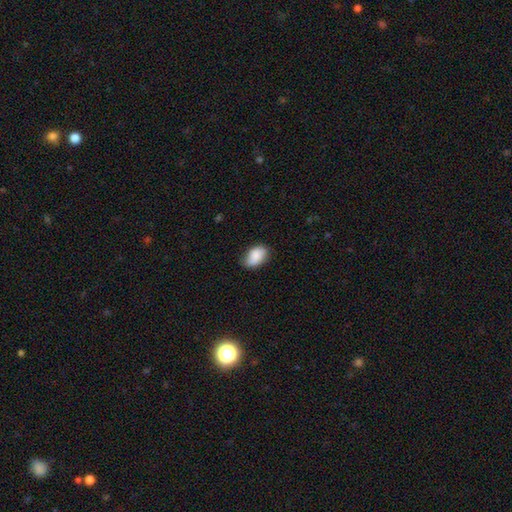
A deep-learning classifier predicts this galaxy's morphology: Smooth or featured?
  - smooth: 81% *
  - featured or disk: 12%
  - star or artifact: 7%
How rounded?
  - in between: 88% *
  - round: 10%
  - cigar-shaped: 1%
Merging?
  - none: 66% *
  - minor disturbance: 27%
  - major disturbance: 5%
  - merger: 1%